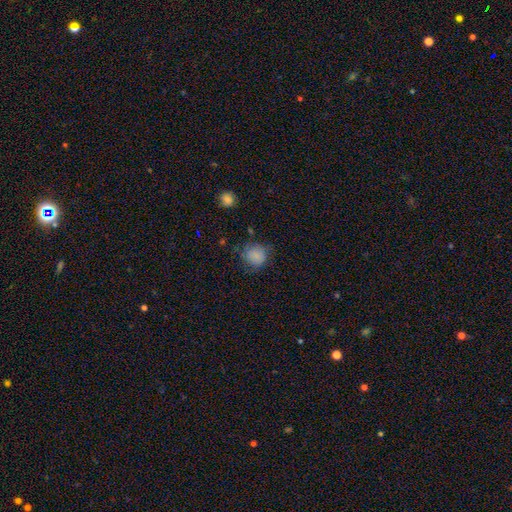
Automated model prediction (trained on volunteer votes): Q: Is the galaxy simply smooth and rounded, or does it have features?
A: smooth — 82%.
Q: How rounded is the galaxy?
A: round — 82%.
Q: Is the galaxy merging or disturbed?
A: none — 66%.